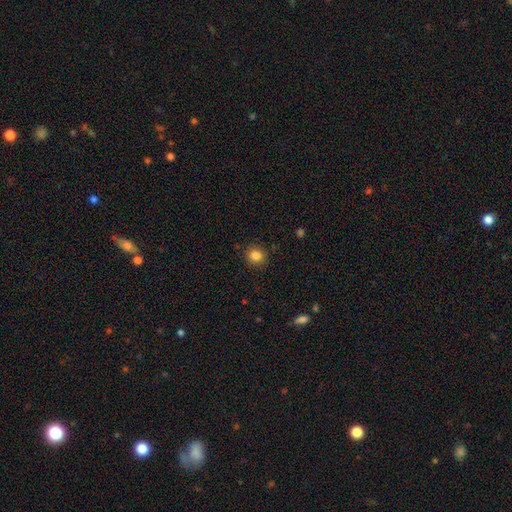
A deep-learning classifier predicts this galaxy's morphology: A smooth galaxy with no disk features (84%) that is round (82%).

Vote fractions:
- Smooth or featured? smooth: 84% / star or artifact: 11% / featured or disk: 5%
- How rounded? round: 82% / in between: 17% / cigar-shaped: 1%
- Merging? none: 90% / minor disturbance: 7% / major disturbance: 2% / merger: 1%